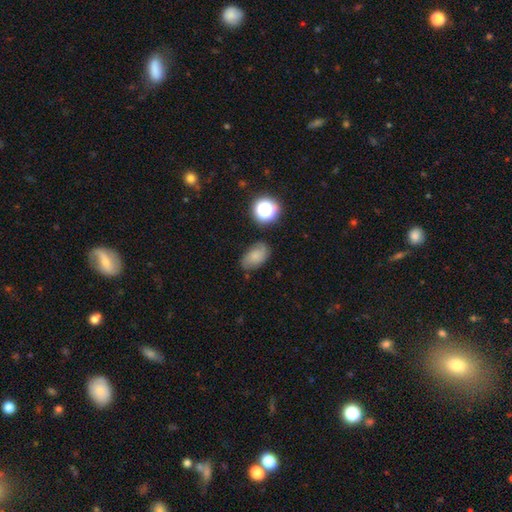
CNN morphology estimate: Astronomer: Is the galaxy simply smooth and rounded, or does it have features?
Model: smooth — 61%.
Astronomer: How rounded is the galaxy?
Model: in between — 84%.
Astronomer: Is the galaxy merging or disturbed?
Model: none — 69%.